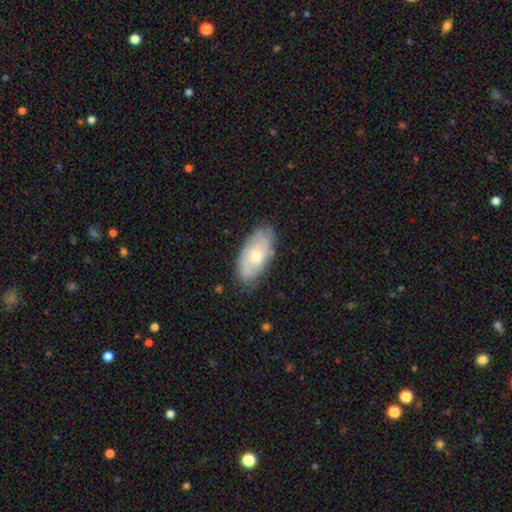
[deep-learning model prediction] This is possibly a featured or disk galaxy (49%). Merging: likely none (76%).